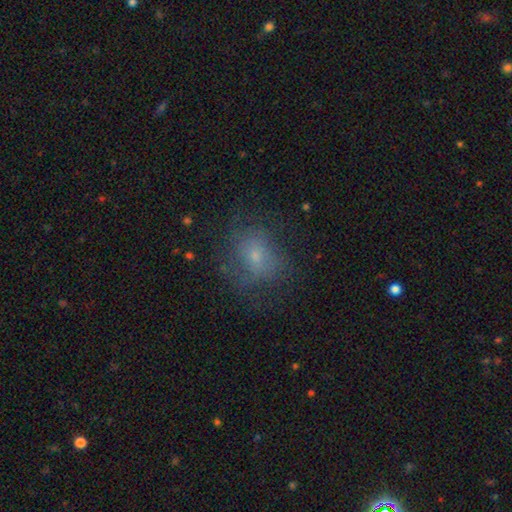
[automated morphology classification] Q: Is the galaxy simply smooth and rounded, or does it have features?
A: smooth — 54%.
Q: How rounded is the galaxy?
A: round — 56%.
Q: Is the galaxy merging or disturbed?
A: none — 64%.